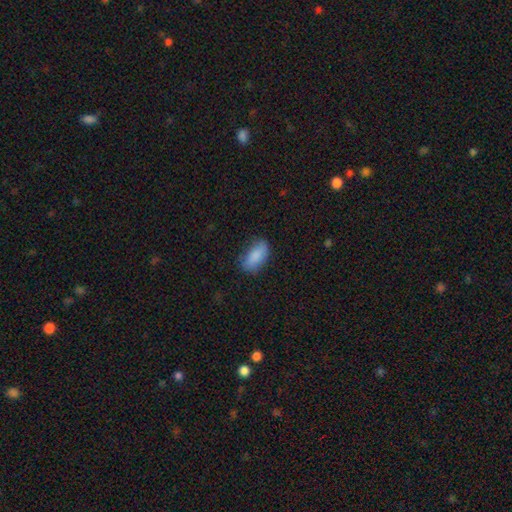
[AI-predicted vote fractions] Smooth or featured? Predicted: smooth (p=0.86). How rounded? Predicted: in between (p=0.90). Merging? Predicted: none (p=0.73).